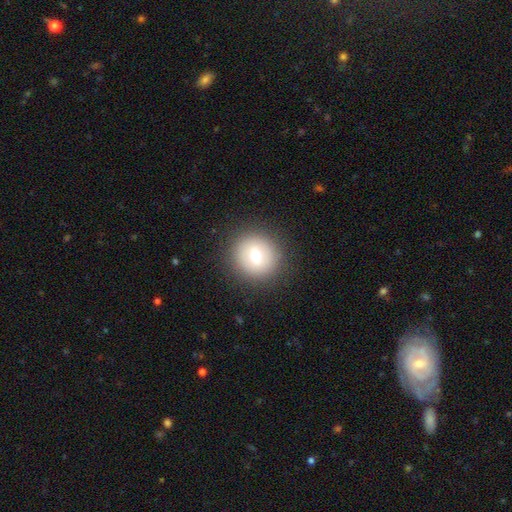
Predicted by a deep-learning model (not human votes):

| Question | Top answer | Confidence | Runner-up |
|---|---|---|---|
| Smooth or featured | smooth | 68% | featured or disk (21%) |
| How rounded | round | 91% | in between (8%) |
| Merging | none | 88% | minor disturbance (7%) |